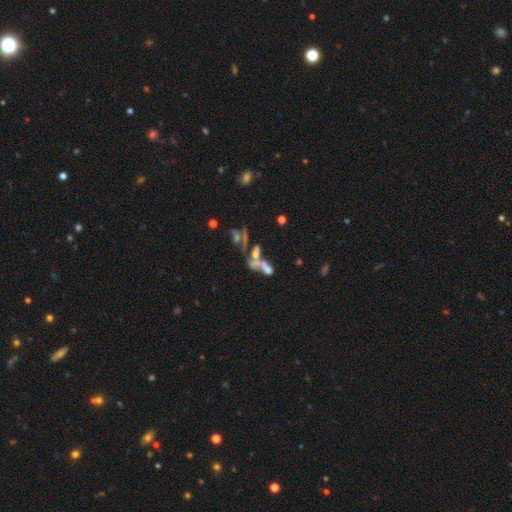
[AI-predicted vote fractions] Smooth or featured? featured or disk (36%)
Merging? merger (40%)